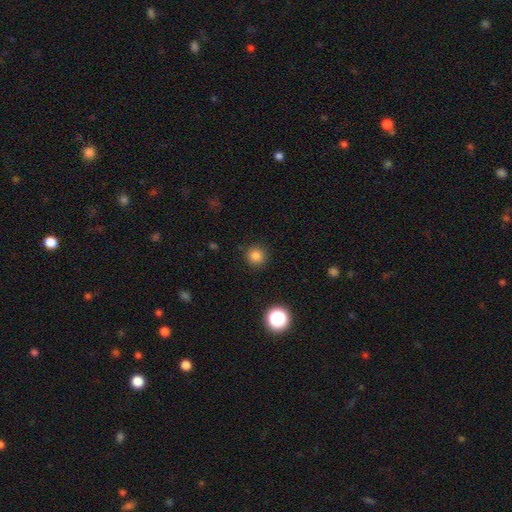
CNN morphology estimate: A smooth galaxy with no disk features (82%) that is round (94%). Merging: none (90%).